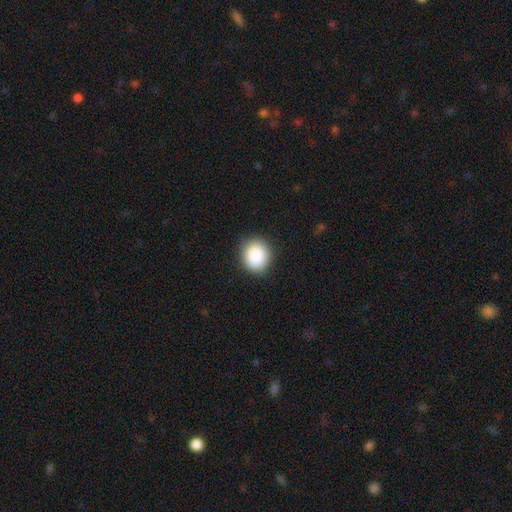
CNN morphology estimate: Smooth or featured? smooth (88%)
How rounded? round (78%)
Merging? none (89%)